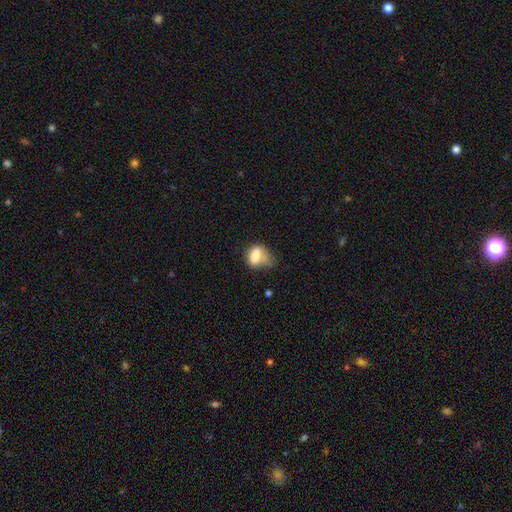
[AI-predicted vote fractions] The model was most divided on "merging": minor disturbance: 34%, major disturbance: 32%, none: 25%, merger: 9%. More confident: smooth or featured — smooth (76%); how rounded — in between (72%).